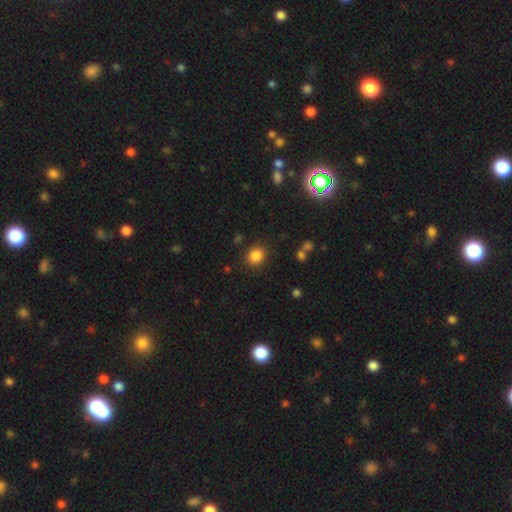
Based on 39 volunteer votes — Smooth or featured? smooth (90%)
How rounded? round (86%)
Merging? none (89%)